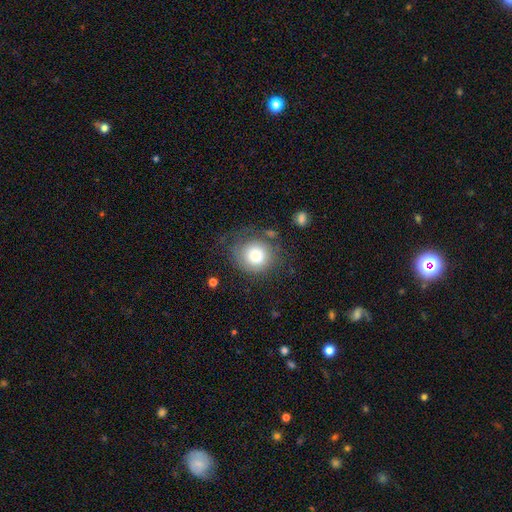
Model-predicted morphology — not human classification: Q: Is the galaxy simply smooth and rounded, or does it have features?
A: smooth — 73%.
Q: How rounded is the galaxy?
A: round — 88%.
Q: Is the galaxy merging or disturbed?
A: none — 67%.